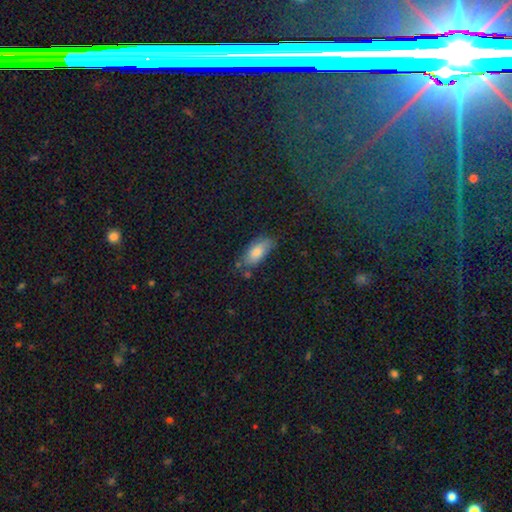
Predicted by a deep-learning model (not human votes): smooth 77%, featured or disk 13%, star or artifact 10%. Down the decision tree: how rounded — in between (85%); merging — none (71%).